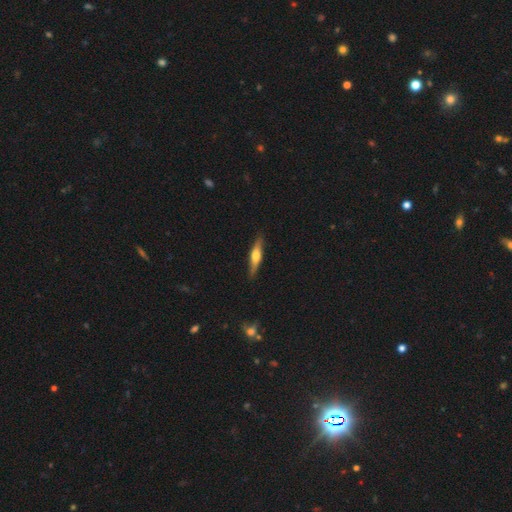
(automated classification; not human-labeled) Smooth or featured? featured or disk (58%)
Edge-on disk? yes (95%)
Edge-on bulge? rounded (90%)
Merging? none (88%)